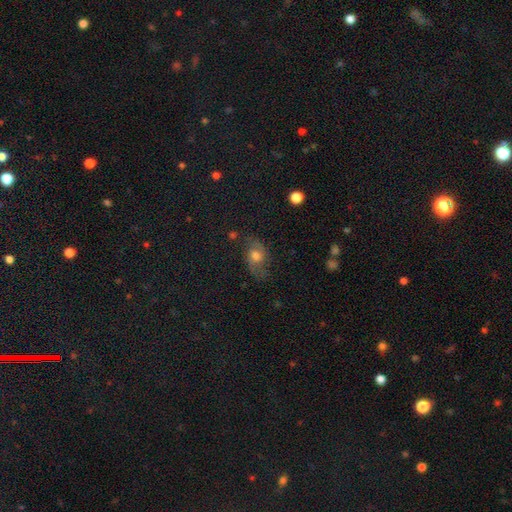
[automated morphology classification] Smooth or featured?
  - featured or disk: 48% *
  - smooth: 38%
  - star or artifact: 15%
Merging?
  - none: 67% *
  - minor disturbance: 20%
  - major disturbance: 11%
  - merger: 2%